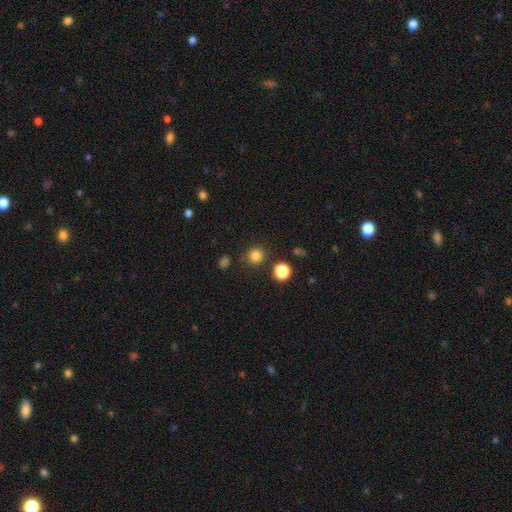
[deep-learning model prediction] smooth-or-featured: smooth: 82% | star or artifact: 14% | featured or disk: 4%
  how-rounded: round: 89% | in between: 10% | cigar-shaped: 1%
  merging: none: 83% | minor disturbance: 9% | merger: 4% | major disturbance: 3%